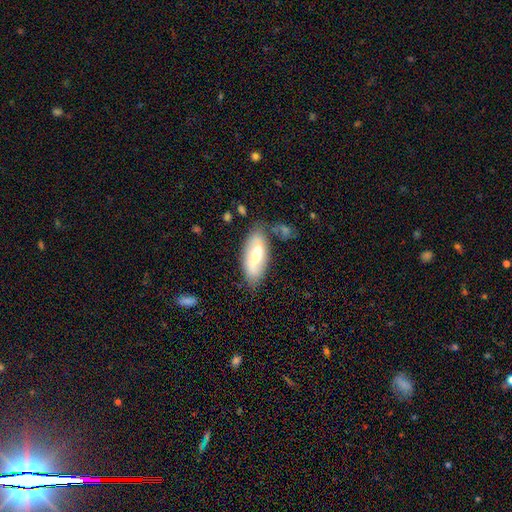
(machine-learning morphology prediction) This is possibly a featured or disk galaxy (49%). Merging: likely none (73%).